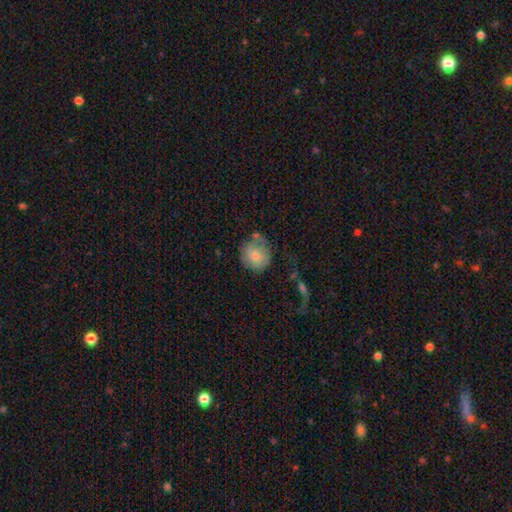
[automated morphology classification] smooth-or-featured: smooth: 62% | featured or disk: 30% | star or artifact: 8%
  how-rounded: round: 83% | in between: 16% | cigar-shaped: 1%
  merging: none: 50% | minor disturbance: 27% | major disturbance: 15% | merger: 9%